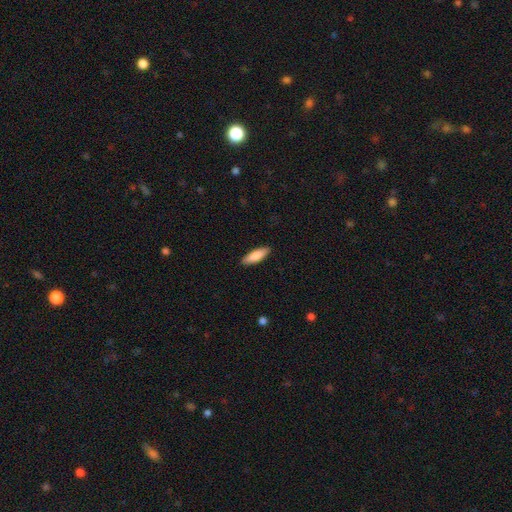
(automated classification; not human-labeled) Smooth or featured? smooth (84%)
How rounded? cigar-shaped (51%)
Merging? none (89%)